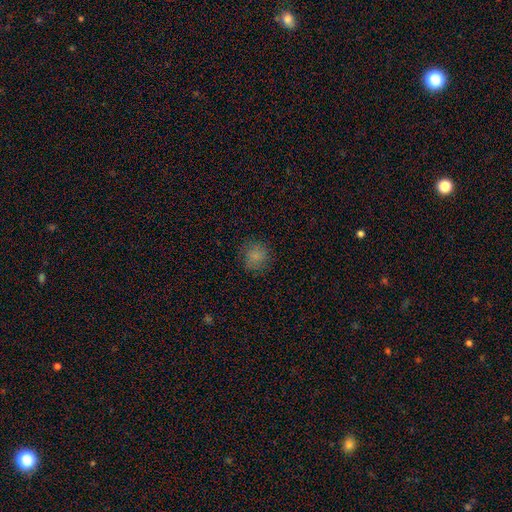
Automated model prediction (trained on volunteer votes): smooth 80%, star or artifact 13%, featured or disk 7%. Down the decision tree: how rounded — round (88%); merging — none (83%).